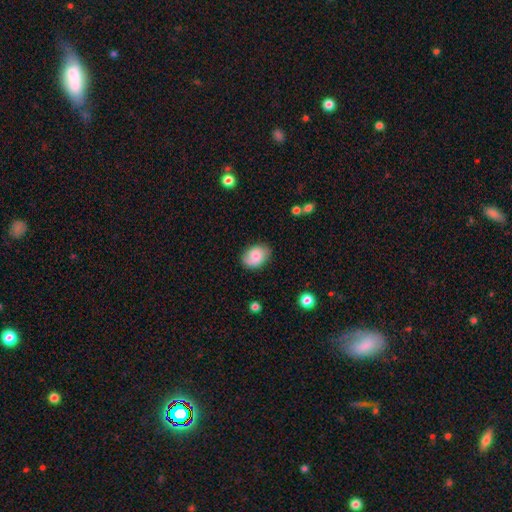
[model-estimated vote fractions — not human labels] Morphology: type=smooth (60%); roundness=in between (73%); merging=none (77%).